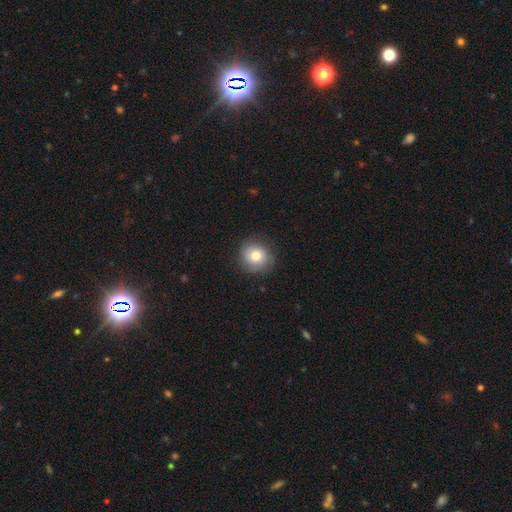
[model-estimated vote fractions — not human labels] Q: Smooth or featured?
A: smooth (76%); runner-up: featured or disk (15%)
Q: How rounded?
A: round (87%); runner-up: in between (12%)
Q: Merging?
A: none (83%); runner-up: minor disturbance (13%)